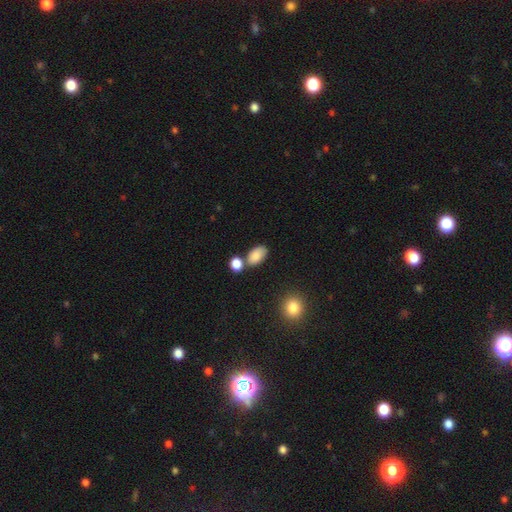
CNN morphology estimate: smooth_or_featured: smooth (p=0.84) [alt: star or artifact p=0.09]
how_rounded: in between (p=0.90) [alt: round p=0.08]
merging: none (p=0.65) [alt: merger p=0.17]